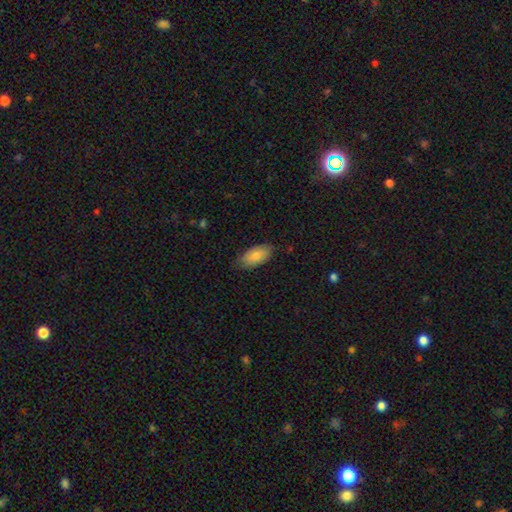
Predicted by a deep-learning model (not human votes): Q: Smooth or featured?
A: smooth (81%); runner-up: featured or disk (13%)
Q: How rounded?
A: in between (93%); runner-up: cigar-shaped (5%)
Q: Merging?
A: none (77%); runner-up: minor disturbance (19%)